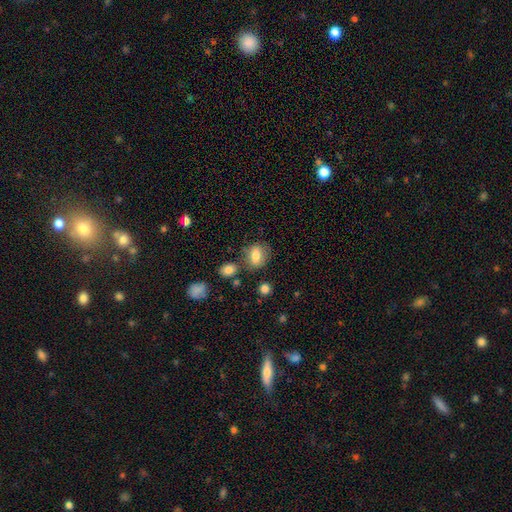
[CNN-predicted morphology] smooth 78%, featured or disk 13%, star or artifact 10%. Down the decision tree: how rounded — in between (55%); merging — none (71%).